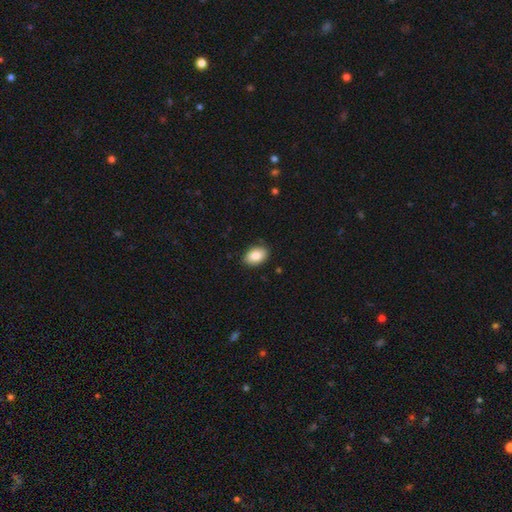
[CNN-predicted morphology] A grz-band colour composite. It shows a smooth galaxy with no disk features (85%) that is in between round and cigar-shaped (87%). Merging: none (88%).